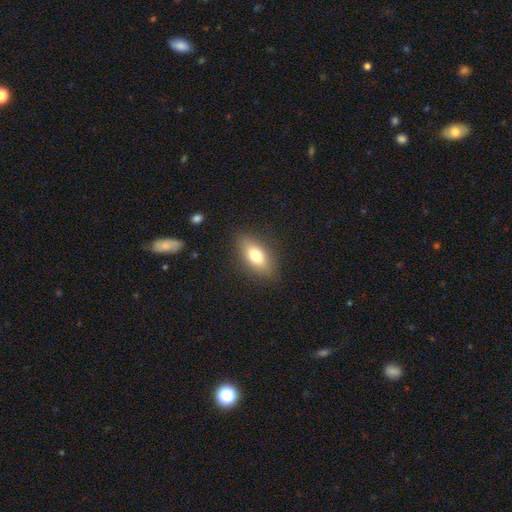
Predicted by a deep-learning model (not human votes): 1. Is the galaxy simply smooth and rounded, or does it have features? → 75% smooth, 17% featured or disk, 8% star or artifact.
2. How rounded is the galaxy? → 85% in between, 9% cigar-shaped, 6% round.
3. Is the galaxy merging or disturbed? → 85% none, 11% minor disturbance, 3% major disturbance, 1% merger.